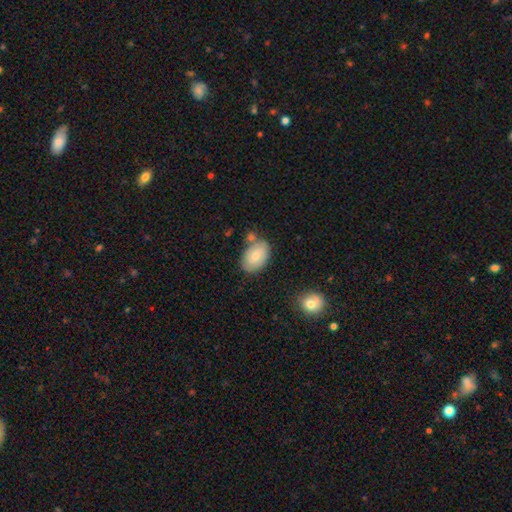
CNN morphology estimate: Smooth or featured? Predicted: smooth (p=0.74). How rounded? Predicted: in between (p=0.89). Merging? Predicted: none (p=0.68).